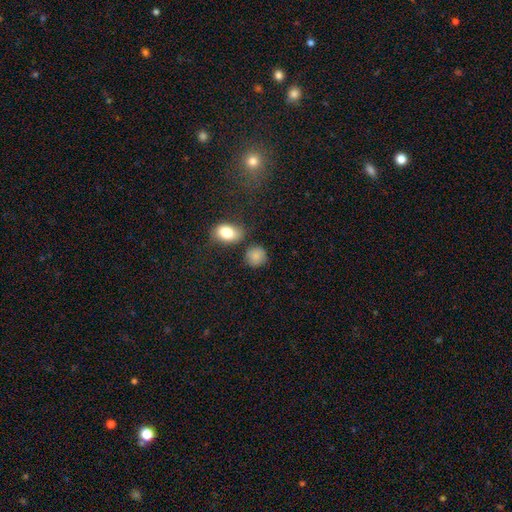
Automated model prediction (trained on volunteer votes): The model was most divided on "merging": none: 74%, minor disturbance: 15%, merger: 7%, major disturbance: 4%. More confident: smooth or featured — smooth (85%); how rounded — round (82%).